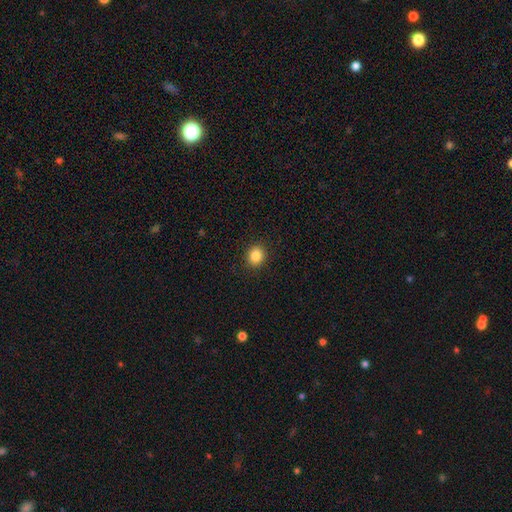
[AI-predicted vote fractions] smooth-or-featured: smooth: 86% | star or artifact: 10% | featured or disk: 4%
  how-rounded: round: 75% | in between: 24% | cigar-shaped: 1%
  merging: none: 90% | minor disturbance: 7% | major disturbance: 2% | merger: 1%